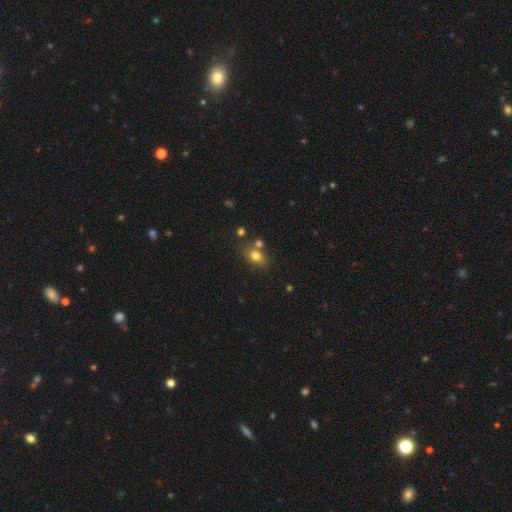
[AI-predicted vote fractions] Smooth or featured?
  - smooth: 77% *
  - star or artifact: 12%
  - featured or disk: 10%
How rounded?
  - in between: 69% *
  - round: 29%
  - cigar-shaped: 2%
Merging?
  - none: 62% *
  - merger: 21%
  - minor disturbance: 13%
  - major disturbance: 4%